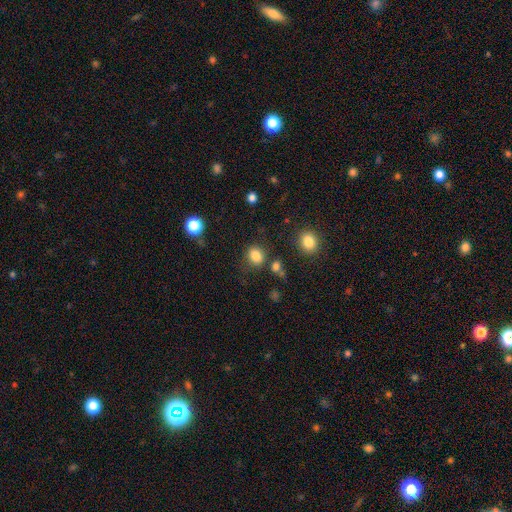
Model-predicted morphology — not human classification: smooth-or-featured: smooth: 83% | star or artifact: 12% | featured or disk: 5%
  how-rounded: round: 60% | in between: 39% | cigar-shaped: 1%
  merging: none: 77% | minor disturbance: 12% | merger: 6% | major disturbance: 5%